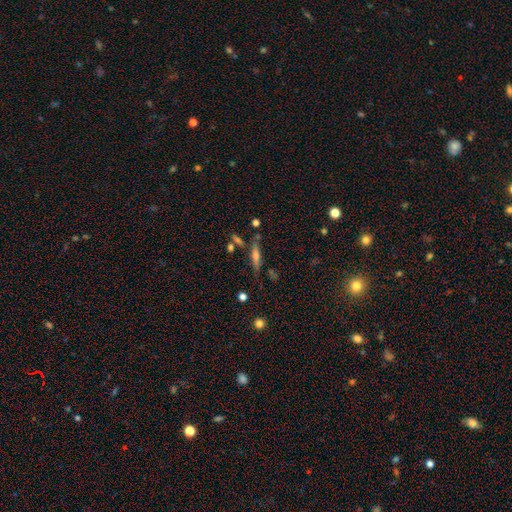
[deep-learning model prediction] The model was most divided on "smooth or featured": featured or disk: 49%, smooth: 41%, star or artifact: 10%. More confident: merging — none (70%).